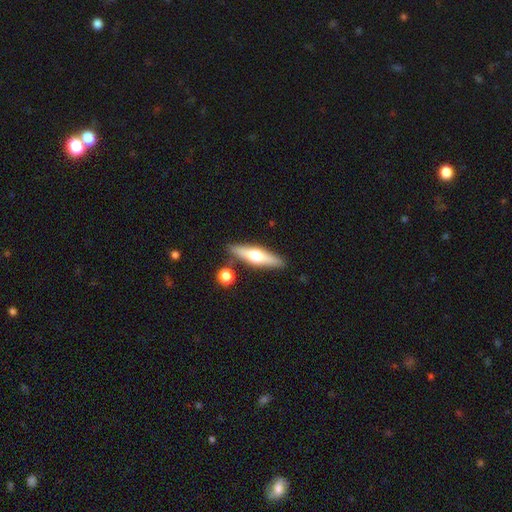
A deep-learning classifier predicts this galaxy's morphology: A featured or disk galaxy (54%) viewed edge-on (93%).

Vote fractions:
- Smooth or featured? featured or disk: 54% / smooth: 41% / star or artifact: 6%
- Edge-on disk? yes: 93% / no: 7%
- Merging? none: 84% / minor disturbance: 9% / merger: 5% / major disturbance: 2%